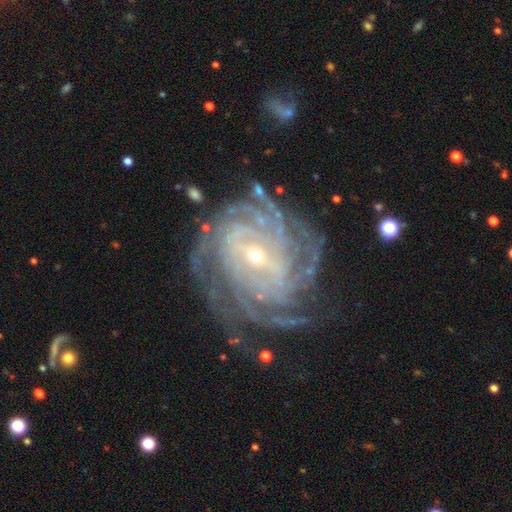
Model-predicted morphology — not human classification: Smooth or featured: featured or disk — 91% (star or artifact — 5%)
Edge-on disk: no — 97% (yes — 3%)
Bar: weak — 46% (no — 29%)
Spiral arms: yes — 98% (no — 2%)
Spiral winding: tight — 76% (medium — 20%)
Spiral arm count: 4 — 27% (more than 4 — 26%)
Bulge size: small — 76% (moderate — 20%)
Merging: none — 74% (minor disturbance — 16%)